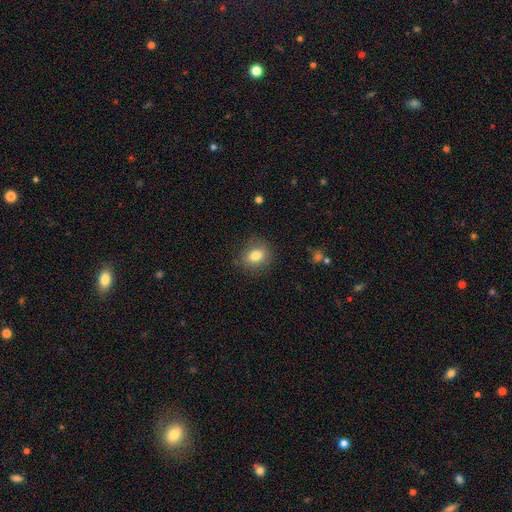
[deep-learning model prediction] smooth 81%, star or artifact 10%, featured or disk 9%. Down the decision tree: how rounded — round (53%); merging — none (83%).